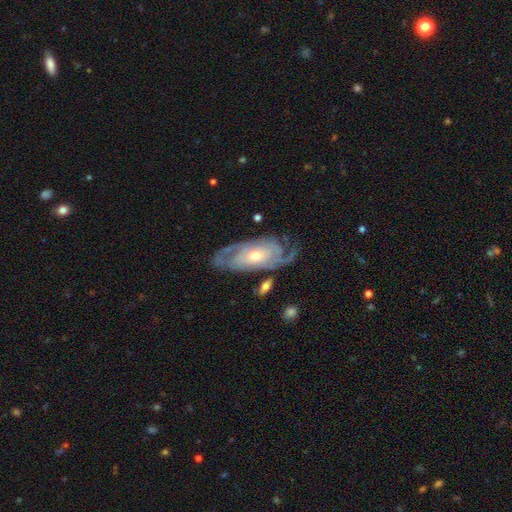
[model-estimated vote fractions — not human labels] Q: Smooth or featured?
A: featured or disk (83%); runner-up: smooth (12%)
Q: Edge-on disk?
A: no (91%); runner-up: yes (9%)
Q: Bar?
A: no (70%); runner-up: weak (23%)
Q: Spiral arms?
A: yes (90%); runner-up: no (10%)
Q: Spiral winding?
A: tight (60%); runner-up: medium (29%)
Q: Spiral arm count?
A: 2 (42%); runner-up: can't tell (35%)
Q: Bulge size?
A: moderate (55%); runner-up: small (40%)
Q: Merging?
A: none (65%); runner-up: minor disturbance (19%)